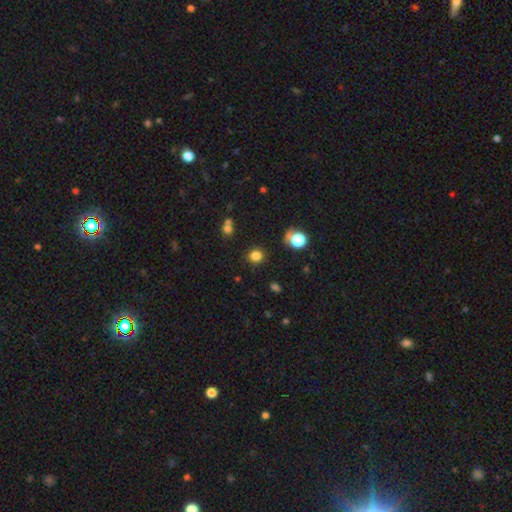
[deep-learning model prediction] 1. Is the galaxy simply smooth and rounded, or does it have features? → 79% smooth, 16% star or artifact, 5% featured or disk.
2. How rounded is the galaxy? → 84% round, 15% in between, 1% cigar-shaped.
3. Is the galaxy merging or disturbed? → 86% none, 8% minor disturbance, 3% merger, 3% major disturbance.